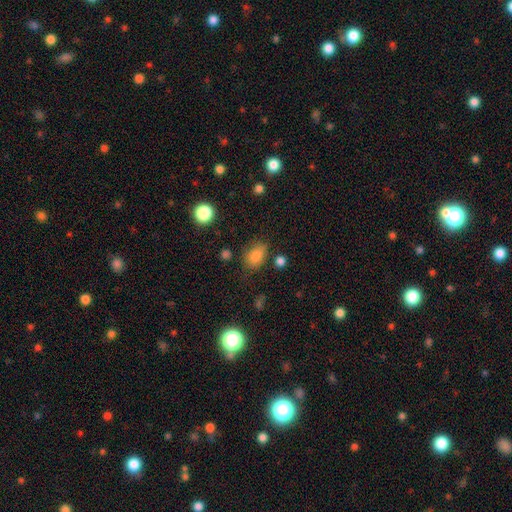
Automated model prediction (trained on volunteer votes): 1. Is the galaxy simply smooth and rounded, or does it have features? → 81% smooth, 12% star or artifact, 6% featured or disk.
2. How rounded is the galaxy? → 78% in between, 20% round, 2% cigar-shaped.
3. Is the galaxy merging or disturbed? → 71% none, 19% minor disturbance, 6% major disturbance, 4% merger.